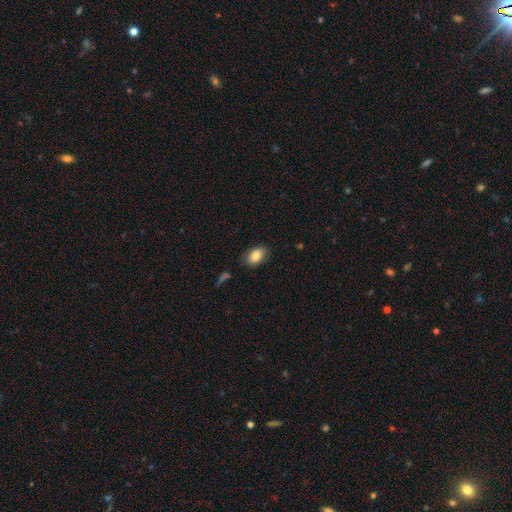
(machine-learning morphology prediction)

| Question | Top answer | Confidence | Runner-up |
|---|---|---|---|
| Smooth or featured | smooth | 84% | featured or disk (9%) |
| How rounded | in between | 91% | round (7%) |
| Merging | none | 84% | minor disturbance (11%) |